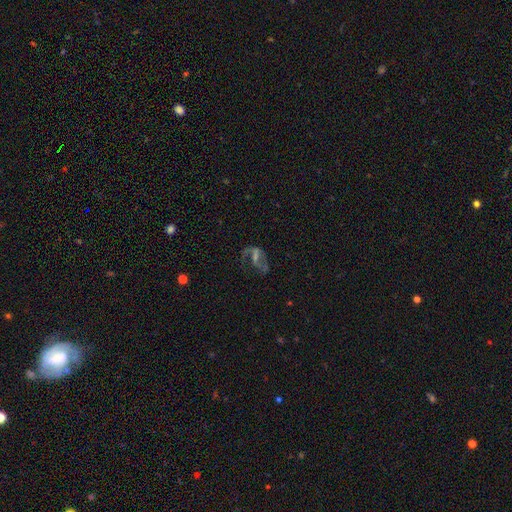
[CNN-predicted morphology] type=featured or disk (72%); edge-on=no (96%); bar=weak (42%); spiral arms=yes (82%); winding=loose (52%); arm count=2 (75%); bulge=small (46%); merging=none (52%).